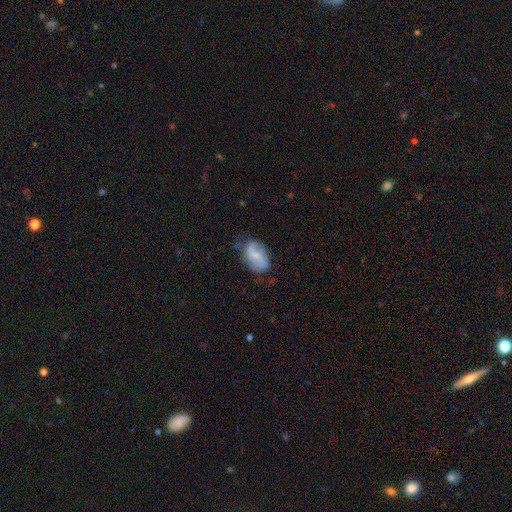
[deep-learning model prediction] Overall: featured or disk (59%; smooth 34%). Edge-on disk: no (97%). Bar: weak (46%; no 31%). Spiral arms: yes (83%). Bulge size: small (56%; moderate 23%). Merging: none (61%; minor disturbance 27%).